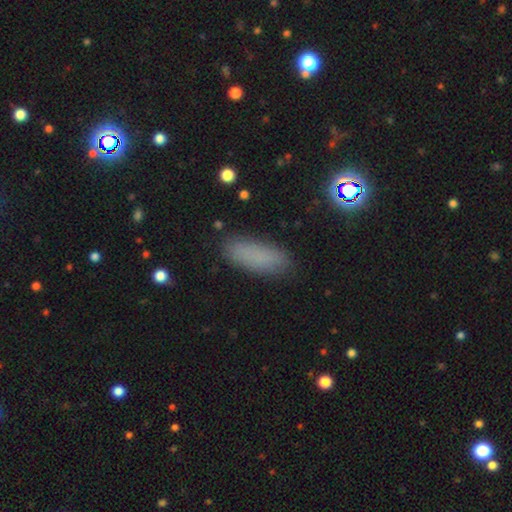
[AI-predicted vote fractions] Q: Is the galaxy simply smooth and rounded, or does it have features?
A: smooth — 80%.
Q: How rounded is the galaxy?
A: in between — 65%.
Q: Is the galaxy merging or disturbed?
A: none — 87%.